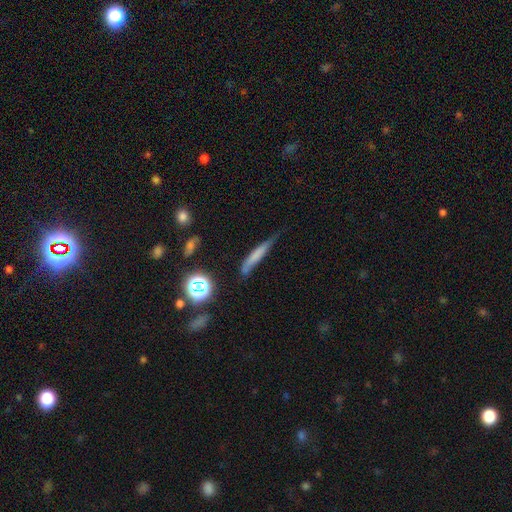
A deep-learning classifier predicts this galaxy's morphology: A smooth galaxy with no disk features (60%) that is cigar-shaped (89%). Merging: none (56%).